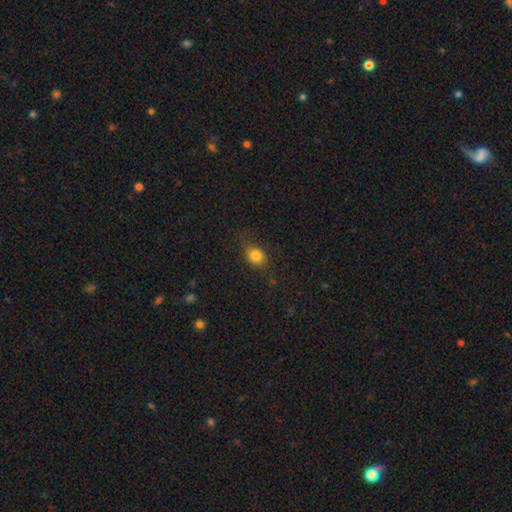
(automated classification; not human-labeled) The model was most divided on "how rounded": round: 54%, in between: 45%, cigar-shaped: 2%. More confident: smooth or featured — smooth (81%); merging — none (74%).